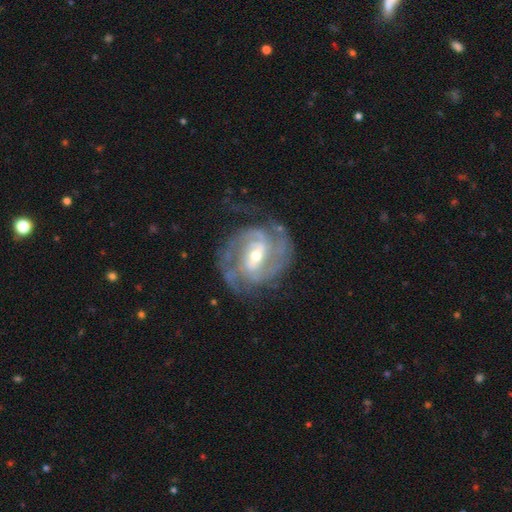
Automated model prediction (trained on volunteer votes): Smooth or featured: featured or disk — 92% (star or artifact — 4%)
Edge-on disk: no — 98% (yes — 2%)
Bar: weak — 46% (strong — 35%)
Spiral arms: yes — 97% (no — 3%)
Spiral winding: tight — 50% (medium — 41%)
Spiral arm count: 2 — 55% (3 — 20%)
Bulge size: moderate — 52% (small — 43%)
Merging: none — 69% (minor disturbance — 18%)